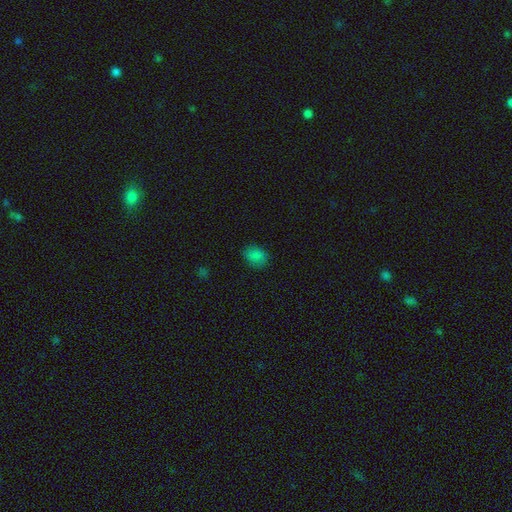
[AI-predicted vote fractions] smooth-or-featured: smooth: 82% | star or artifact: 13% | featured or disk: 4%
  how-rounded: in between: 62% | round: 36% | cigar-shaped: 1%
  merging: none: 81% | minor disturbance: 14% | major disturbance: 3% | merger: 1%